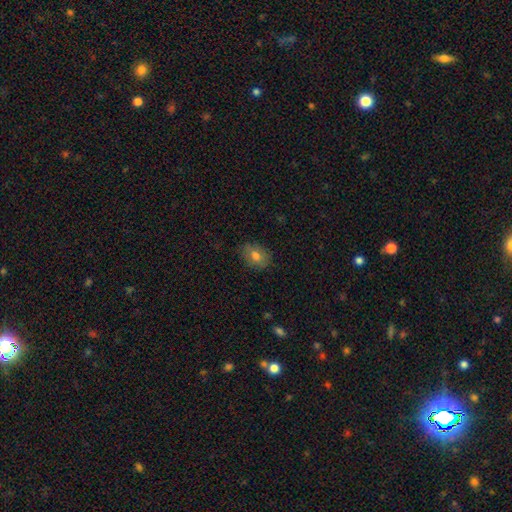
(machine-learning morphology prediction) Smooth or featured? smooth (75%)
How rounded? in between (64%)
Merging? none (80%)